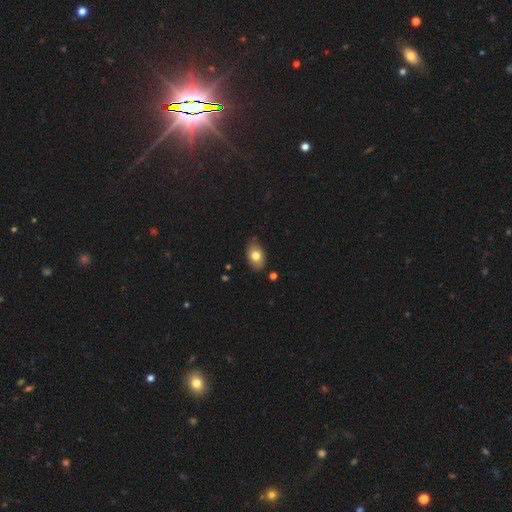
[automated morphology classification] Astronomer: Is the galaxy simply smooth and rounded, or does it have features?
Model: smooth — 79%.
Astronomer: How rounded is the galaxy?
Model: in between — 84%.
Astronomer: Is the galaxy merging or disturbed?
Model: none — 79%.